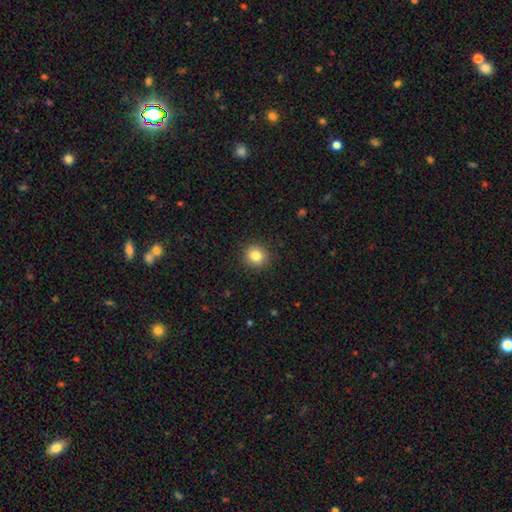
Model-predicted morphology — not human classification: Smooth or featured: smooth — 83% (star or artifact — 11%)
How rounded: round — 88% (in between — 11%)
Merging: none — 91% (minor disturbance — 6%)